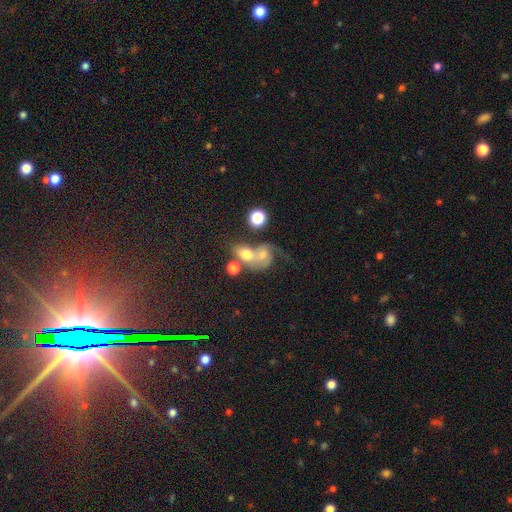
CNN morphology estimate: Smooth or featured: featured or disk — 44% (smooth — 39%)
Merging: merger — 55% (none — 20%)